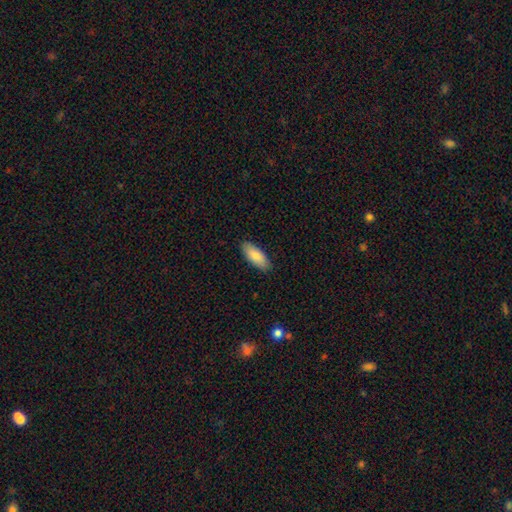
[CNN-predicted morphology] Smooth or featured: smooth — 83% (featured or disk — 11%)
How rounded: in between — 81% (cigar-shaped — 17%)
Merging: none — 88% (minor disturbance — 9%)